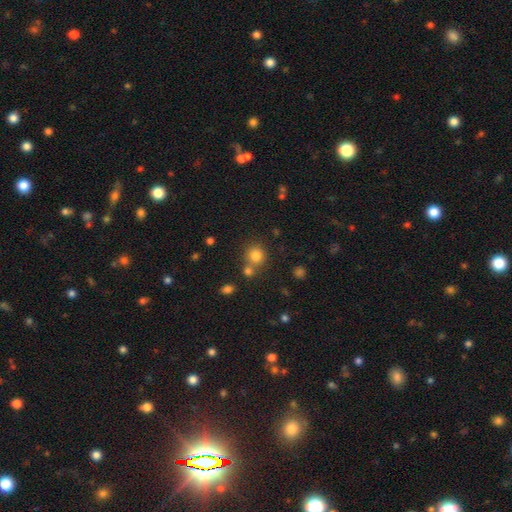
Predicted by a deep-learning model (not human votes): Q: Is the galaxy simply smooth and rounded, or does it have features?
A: smooth — 79%.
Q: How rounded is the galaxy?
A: round — 88%.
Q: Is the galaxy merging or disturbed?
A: none — 63%.